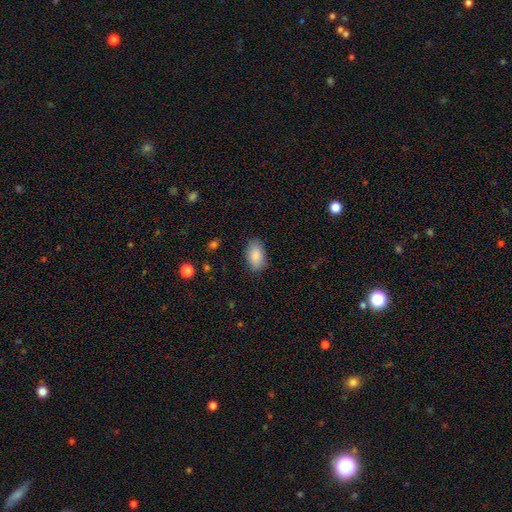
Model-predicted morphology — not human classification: The model was most divided on "merging": none: 83%, minor disturbance: 13%, major disturbance: 3%, merger: 1%. More confident: how rounded — in between (92%); smooth or featured — smooth (88%).